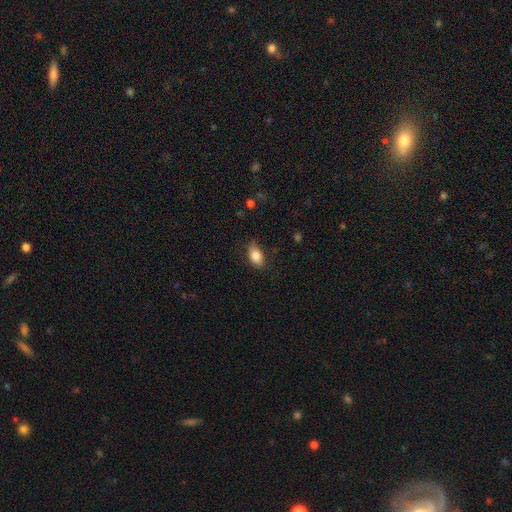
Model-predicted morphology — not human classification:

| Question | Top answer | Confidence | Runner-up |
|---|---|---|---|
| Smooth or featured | smooth | 84% | featured or disk (8%) |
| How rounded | in between | 90% | round (8%) |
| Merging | none | 81% | minor disturbance (15%) |